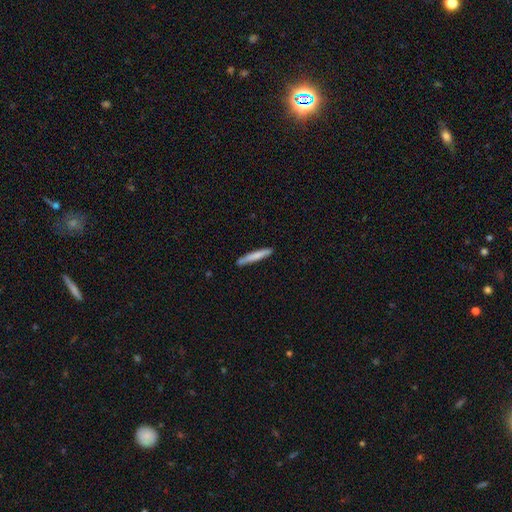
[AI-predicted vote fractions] This is likely a smooth galaxy (76%). How rounded: clearly cigar-shaped (95%). Merging: clearly none (88%).